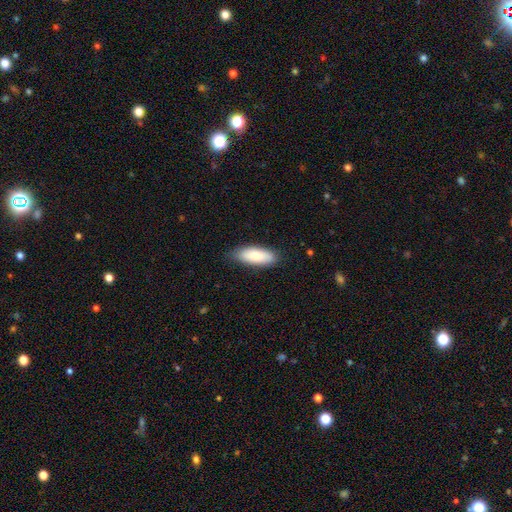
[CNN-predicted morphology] Smooth or featured? Predicted: smooth (p=0.79). How rounded? Predicted: in between (p=0.77). Merging? Predicted: none (p=0.81).